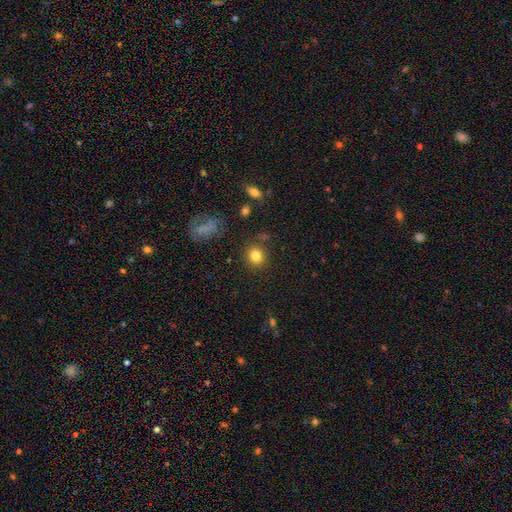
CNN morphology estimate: Smooth or featured? smooth (82%)
How rounded? round (83%)
Merging? none (85%)